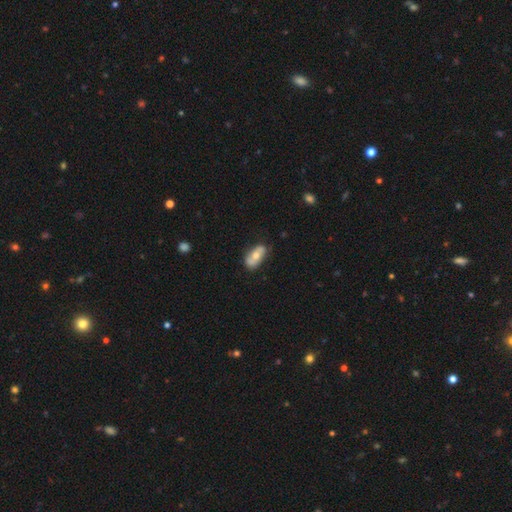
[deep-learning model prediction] smooth-or-featured: smooth: 52% | featured or disk: 42% | star or artifact: 6%
  how-rounded: in between: 88% | cigar-shaped: 7% | round: 5%
  merging: none: 71% | minor disturbance: 22% | major disturbance: 4% | merger: 3%